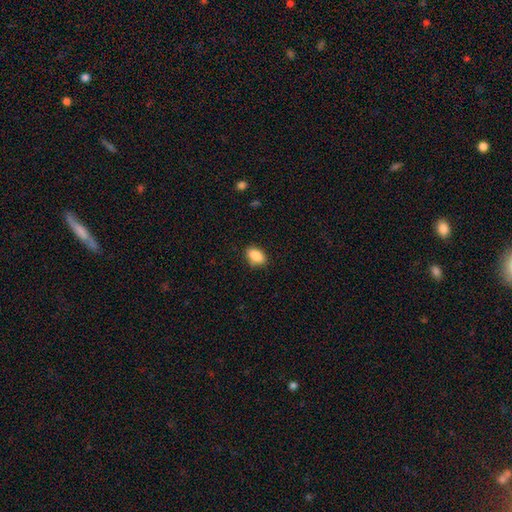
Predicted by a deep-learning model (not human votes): Smooth or featured? Predicted: smooth (p=0.88). How rounded? Predicted: in between (p=0.88). Merging? Predicted: none (p=0.80).